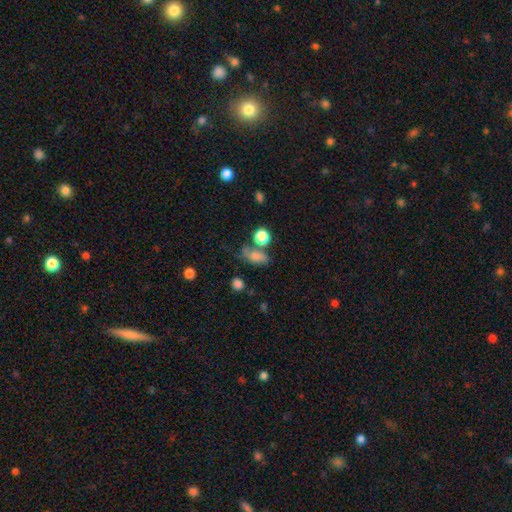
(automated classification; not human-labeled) Smooth or featured? Predicted: smooth (p=0.72). How rounded? Predicted: in between (p=0.71). Merging? Predicted: none (p=0.46).